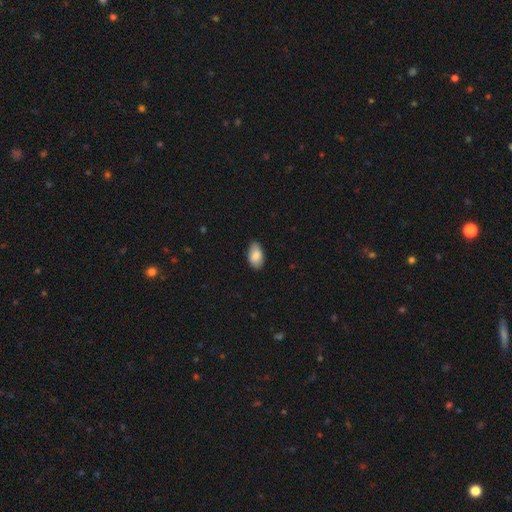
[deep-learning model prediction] Morphology: type=smooth (85%); roundness=in between (94%); merging=none (81%).